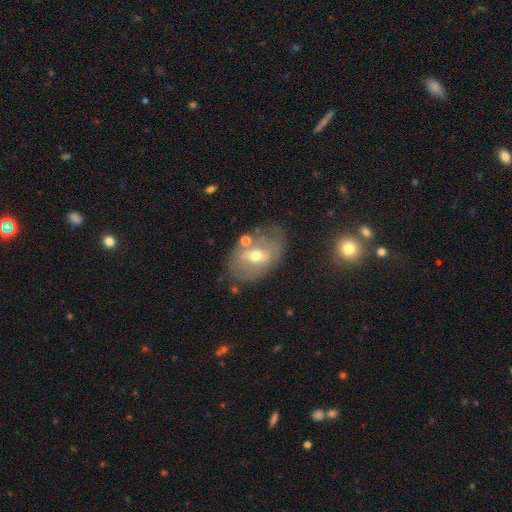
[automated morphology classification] Smooth or featured? featured or disk (59%)
Edge-on disk? no (90%)
Bar? weak (45%)
Spiral arms? no (58%)
Bulge size? moderate (64%)
Merging? none (60%)